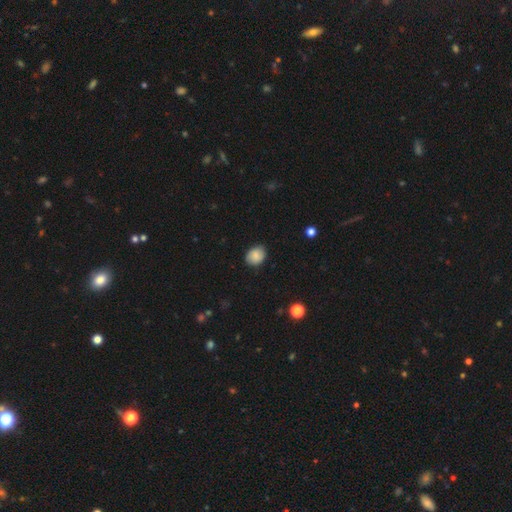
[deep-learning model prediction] A smooth galaxy with no disk features (85%) that is in between round and cigar-shaped (53%). Merging: none (84%).